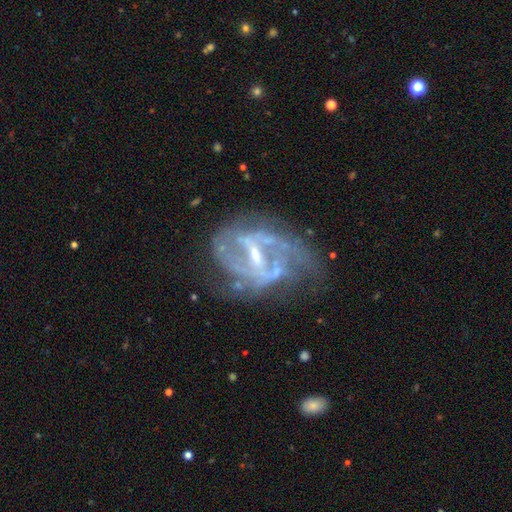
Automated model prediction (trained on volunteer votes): smooth_or_featured: featured or disk (p=0.86) [alt: star or artifact p=0.08]
disk_edge_on: no (p=0.97) [alt: yes p=0.03]
bar: strong (p=0.46) [alt: weak p=0.41]
has_spiral_arms: yes (p=0.83) [alt: no p=0.17]
spiral_winding: medium (p=0.45) [alt: loose p=0.28]
spiral_arm_count: 2 (p=0.54) [alt: can't tell p=0.24]
bulge_size: small (p=0.53) [alt: moderate p=0.38]
merging: none (p=0.47) [alt: major disturbance p=0.25]